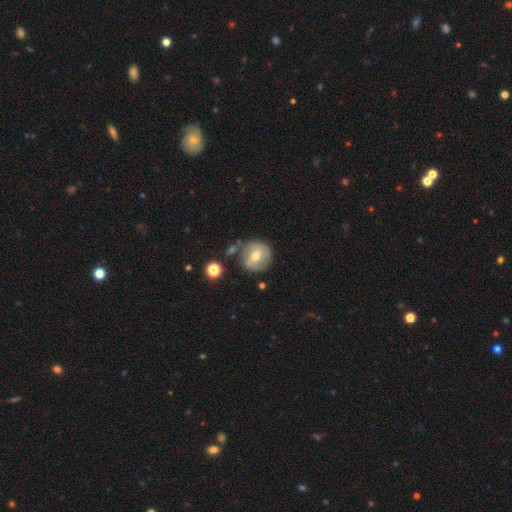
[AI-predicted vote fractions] This appears to be a featured or disk galaxy (53%) with a weak bar (45%), spiral arms (60%) and a moderate central bulge (68%). Merging: none (73%).